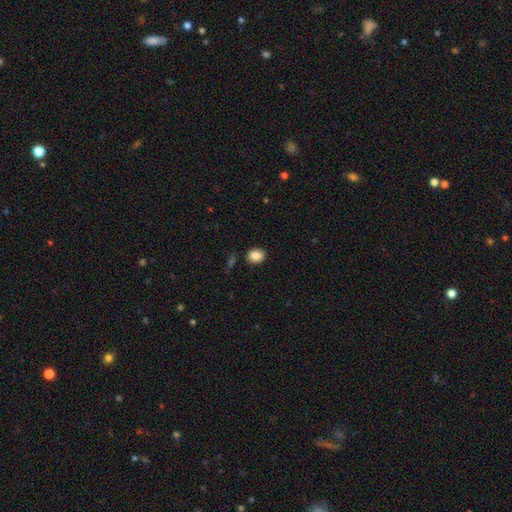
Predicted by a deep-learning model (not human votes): This is clearly a smooth galaxy (86%). How rounded: possibly in between (52%). Merging: clearly none (85%).